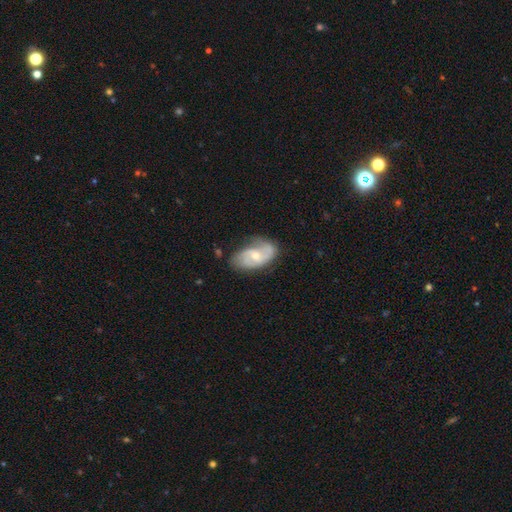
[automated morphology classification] featured or disk 69%, smooth 25%, star or artifact 6%. Down the decision tree: edge-on disk — no (96%); bar — no (54%); spiral arms — yes (87%); spiral arm count — 2 (66%); spiral winding — medium (45%); bulge size — moderate (49%); merging — none (56%).